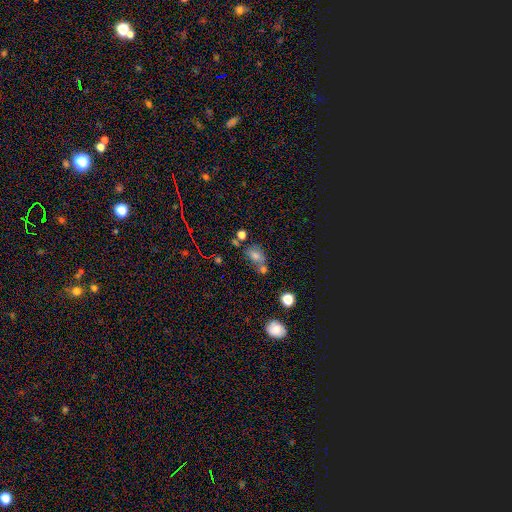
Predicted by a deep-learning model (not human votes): The model was most divided on "merging": none: 49%, merger: 29%, minor disturbance: 16%, major disturbance: 7%. More confident: how rounded — in between (70%); smooth or featured — smooth (69%).